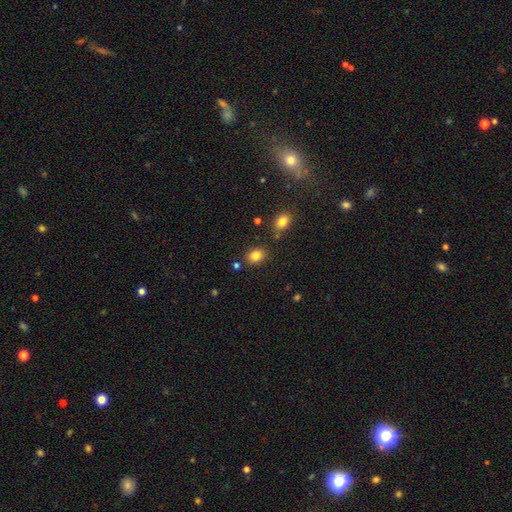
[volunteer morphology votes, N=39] smooth_or_featured: smooth (p=0.92) [alt: star or artifact p=0.05]
how_rounded: in between (p=0.83) [alt: round p=0.17]
merging: none (p=0.81) [alt: minor disturbance p=0.14]